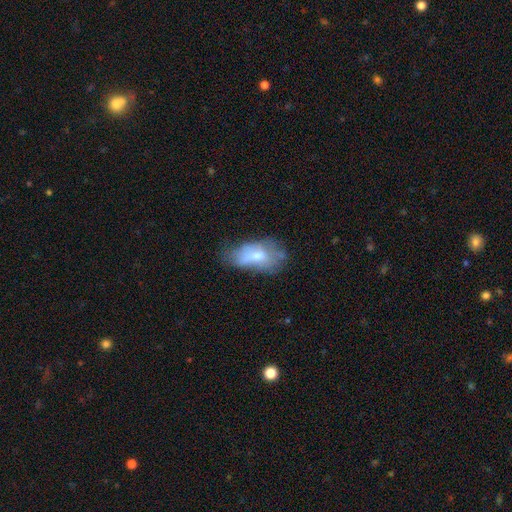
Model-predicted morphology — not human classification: smooth-or-featured: smooth: 58% | featured or disk: 32% | star or artifact: 9%
  how-rounded: in between: 90% | round: 5% | cigar-shaped: 5%
  merging: none: 37% | minor disturbance: 34% | major disturbance: 25% | merger: 5%